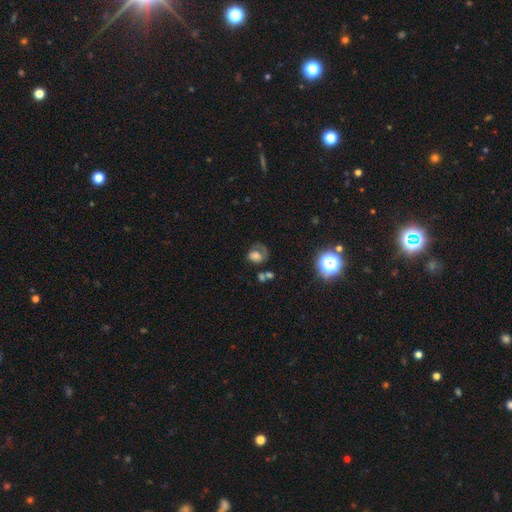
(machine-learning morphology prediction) type=smooth (49%); merging=none (37%).